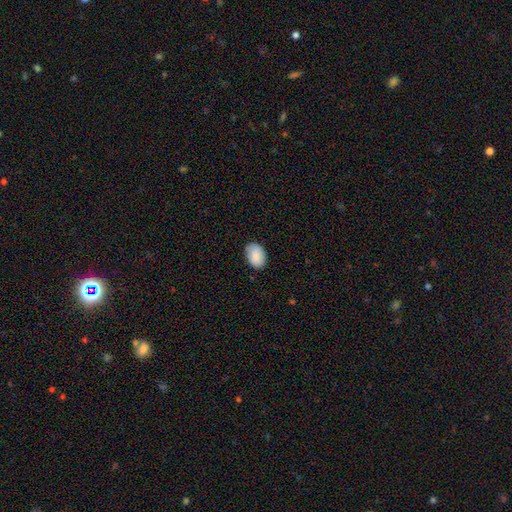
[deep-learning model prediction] smooth 88%, star or artifact 6%, featured or disk 6%. Down the decision tree: how rounded — in between (86%); merging — none (82%).